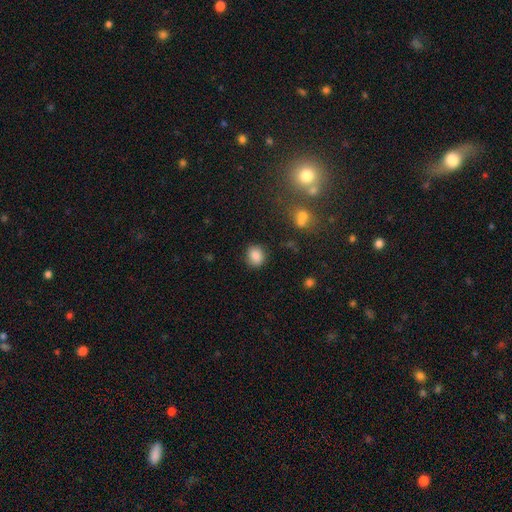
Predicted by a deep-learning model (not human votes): Smooth or featured? Predicted: smooth (p=0.85). How rounded? Predicted: round (p=0.70). Merging? Predicted: none (p=0.85).